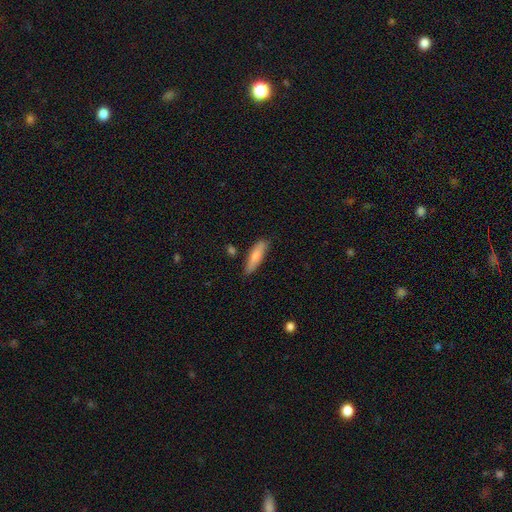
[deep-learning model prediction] smooth-or-featured: smooth: 76% | featured or disk: 18% | star or artifact: 6%
  how-rounded: cigar-shaped: 63% | in between: 35% | round: 2%
  merging: none: 76% | minor disturbance: 17% | merger: 3% | major disturbance: 3%